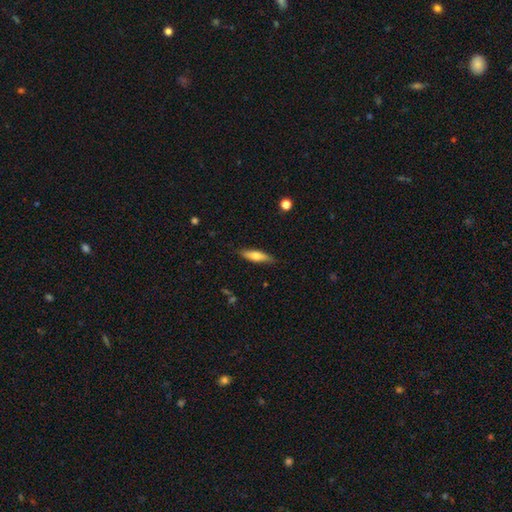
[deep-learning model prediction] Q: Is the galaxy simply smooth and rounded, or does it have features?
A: smooth — 63%.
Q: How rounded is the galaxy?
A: cigar-shaped — 64%.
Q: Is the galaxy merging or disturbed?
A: none — 85%.